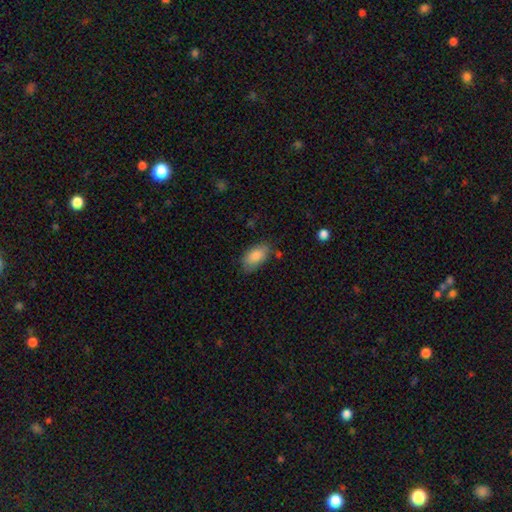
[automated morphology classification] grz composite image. It shows a smooth galaxy with no disk features (86%) that is in between round and cigar-shaped (93%). Merging: none (74%).